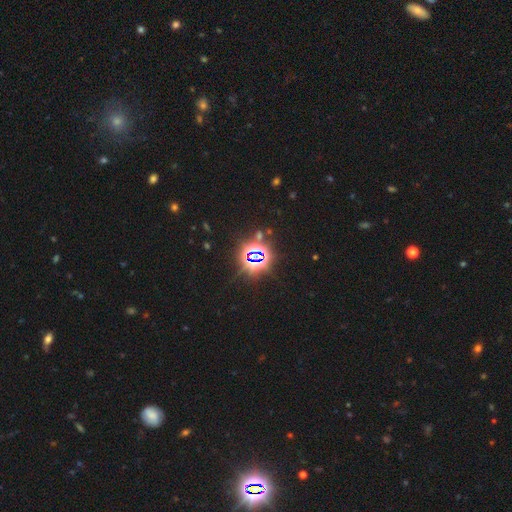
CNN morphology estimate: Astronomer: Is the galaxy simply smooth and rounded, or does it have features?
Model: star or artifact — 81%.